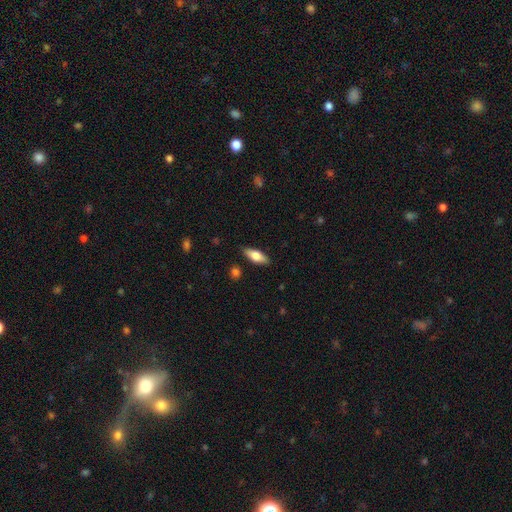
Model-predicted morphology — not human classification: Smooth or featured? Predicted: smooth (p=0.69). How rounded? Predicted: in between (p=0.70). Merging? Predicted: none (p=0.87).